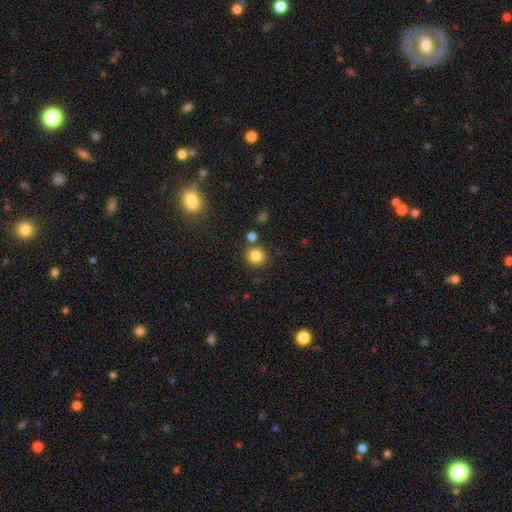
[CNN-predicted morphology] Overall: smooth (83%). How rounded: round (92%). Merging: none (83%).